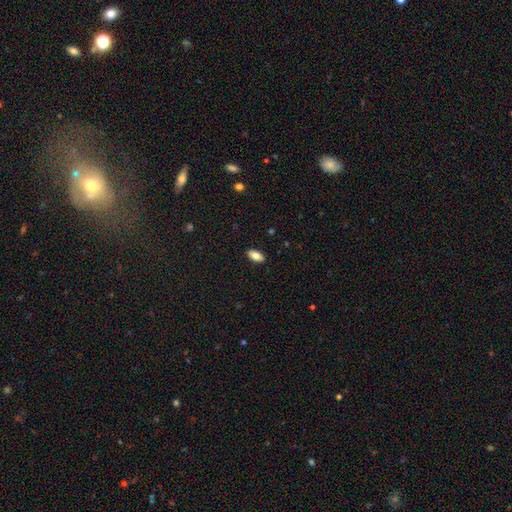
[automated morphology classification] Overall: smooth (81%). How rounded: in between (91%). Merging: none (89%).